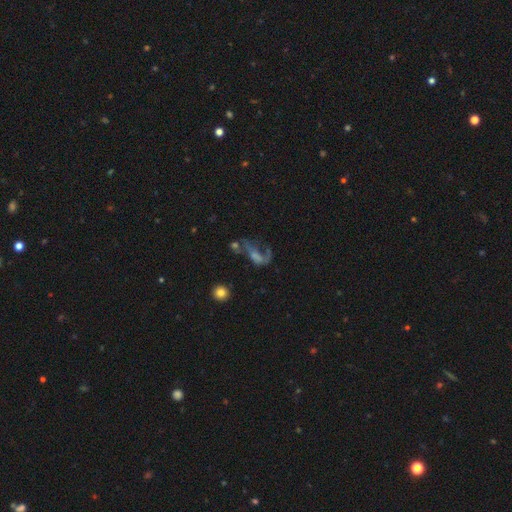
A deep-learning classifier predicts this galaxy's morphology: Q: Smooth or featured?
A: featured or disk (62%); runner-up: star or artifact (19%)
Q: Edge-on disk?
A: no (93%); runner-up: yes (7%)
Q: Bar?
A: no (57%); runner-up: weak (30%)
Q: Spiral arms?
A: yes (71%); runner-up: no (29%)
Q: Bulge size?
A: small (36%); runner-up: none (31%)
Q: Merging?
A: major disturbance (39%); runner-up: none (33%)